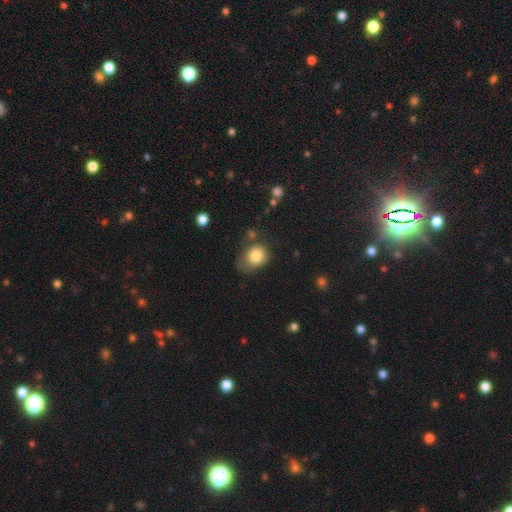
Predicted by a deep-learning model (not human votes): Smooth or featured: smooth — 82% (featured or disk — 10%)
How rounded: round — 52% (in between — 47%)
Merging: none — 51% (minor disturbance — 31%)